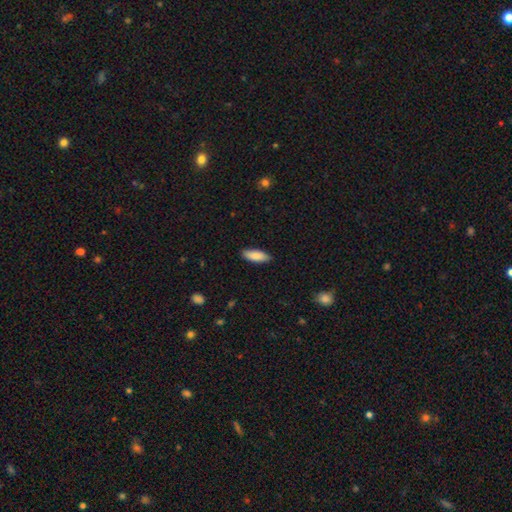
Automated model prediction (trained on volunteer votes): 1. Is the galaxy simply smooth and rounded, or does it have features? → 88% smooth, 6% featured or disk, 6% star or artifact.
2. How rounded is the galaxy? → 68% in between, 30% cigar-shaped, 2% round.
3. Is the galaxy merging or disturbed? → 88% none, 9% minor disturbance, 2% major disturbance, 1% merger.